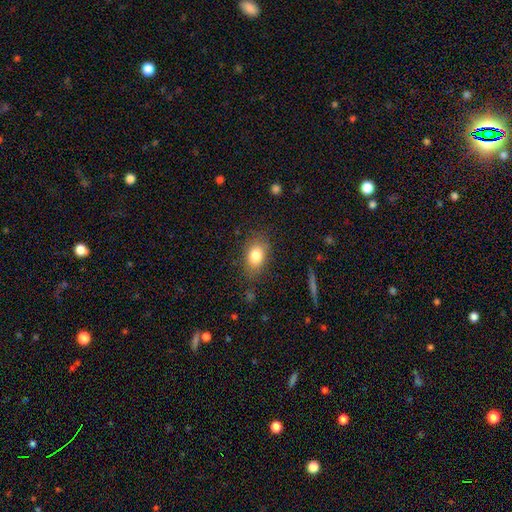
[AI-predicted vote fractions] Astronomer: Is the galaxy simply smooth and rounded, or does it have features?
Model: smooth — 81%.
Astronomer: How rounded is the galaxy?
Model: in between — 81%.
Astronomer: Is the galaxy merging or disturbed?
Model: none — 79%.